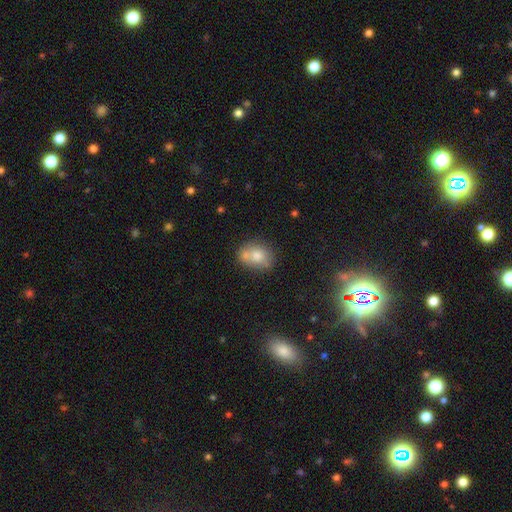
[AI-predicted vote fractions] Q: Smooth or featured?
A: smooth (74%); runner-up: featured or disk (17%)
Q: How rounded?
A: in between (60%); runner-up: round (39%)
Q: Merging?
A: none (49%); runner-up: merger (27%)